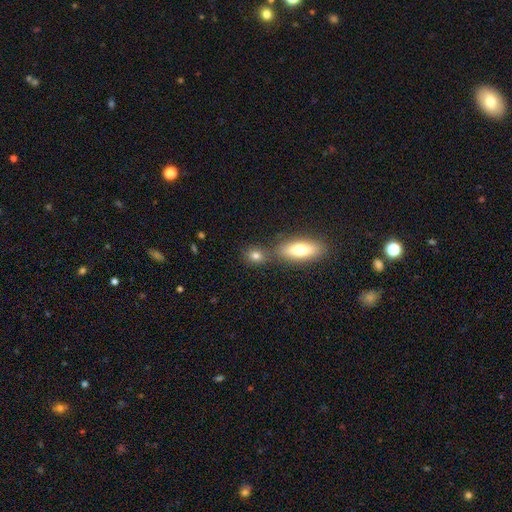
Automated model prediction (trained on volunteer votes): Smooth or featured?
  - smooth: 79% *
  - star or artifact: 11%
  - featured or disk: 10%
How rounded?
  - round: 52% *
  - in between: 44%
  - cigar-shaped: 5%
Merging?
  - none: 64% *
  - merger: 23%
  - minor disturbance: 10%
  - major disturbance: 3%